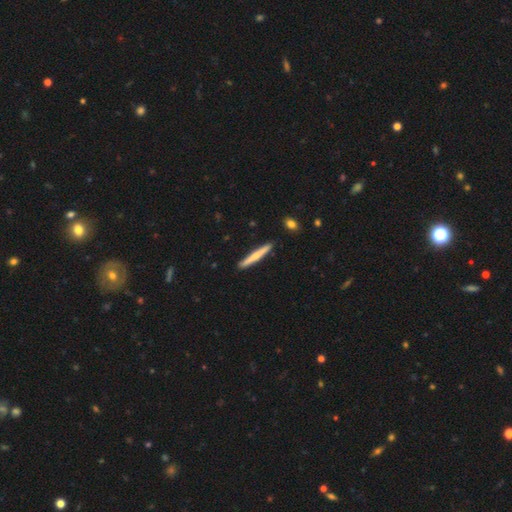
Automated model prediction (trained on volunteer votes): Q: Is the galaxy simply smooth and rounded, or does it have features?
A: smooth — 59%.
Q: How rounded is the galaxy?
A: cigar-shaped — 96%.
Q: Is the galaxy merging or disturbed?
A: none — 91%.